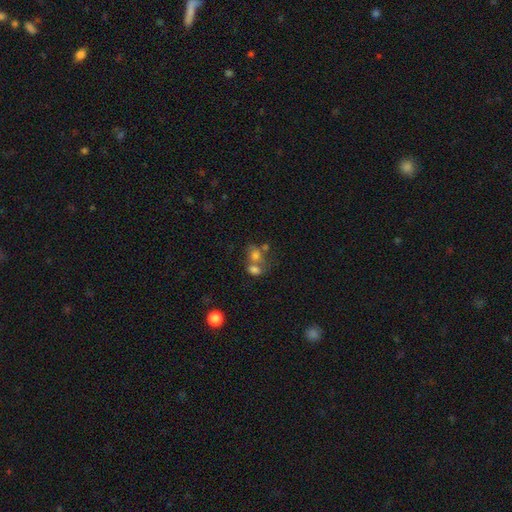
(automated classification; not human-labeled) Q: Smooth or featured?
A: smooth (59%); runner-up: featured or disk (21%)
Q: How rounded?
A: round (60%); runner-up: in between (39%)
Q: Merging?
A: merger (53%); runner-up: none (32%)